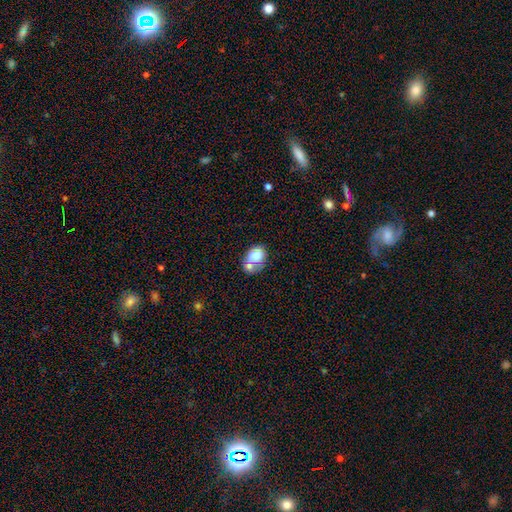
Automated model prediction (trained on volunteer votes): Overall: smooth (76%). How rounded: in between (64%; round 34%). Merging: merger (44%; none 33%).